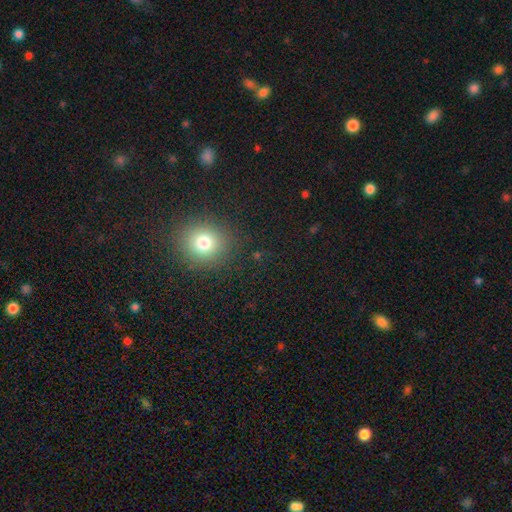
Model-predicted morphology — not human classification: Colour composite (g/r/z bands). It shows a smooth galaxy with no disk features (73%) that is round (87%). Merging: none (93%).